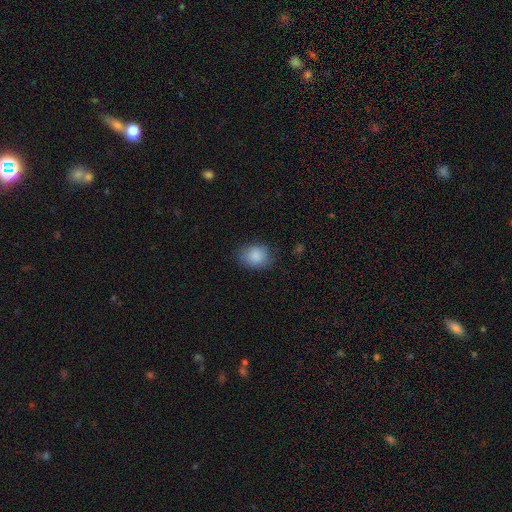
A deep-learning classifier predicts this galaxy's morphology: type=smooth (88%); roundness=in between (52%); merging=none (78%).